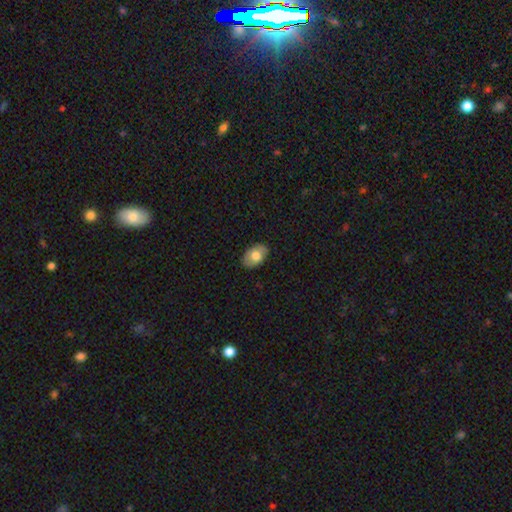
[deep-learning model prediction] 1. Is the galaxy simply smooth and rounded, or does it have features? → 71% smooth, 23% featured or disk, 7% star or artifact.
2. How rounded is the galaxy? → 89% in between, 10% round, 1% cigar-shaped.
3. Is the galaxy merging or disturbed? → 86% none, 11% minor disturbance, 2% major disturbance, 1% merger.